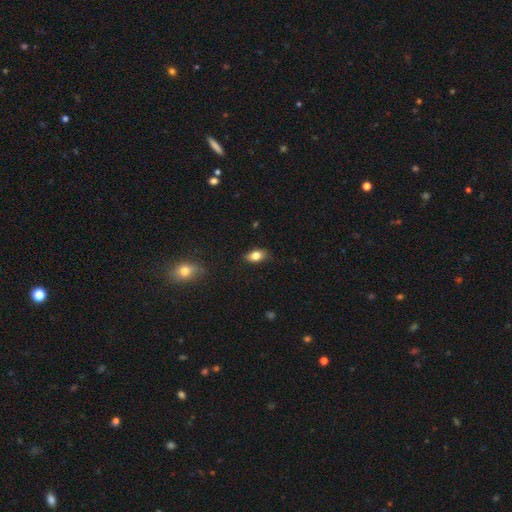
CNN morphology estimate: This is likely a smooth galaxy (80%). How rounded: clearly in between (85%). Merging: clearly none (83%).